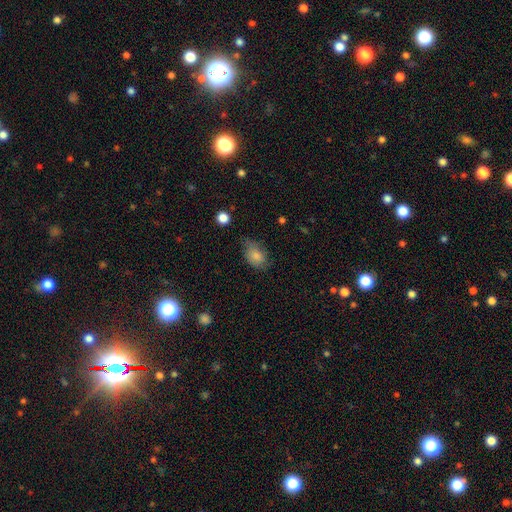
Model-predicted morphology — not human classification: A smooth galaxy with no disk features (81%) that is in between round and cigar-shaped (82%).

Vote fractions:
- Smooth or featured? smooth: 81% / featured or disk: 11% / star or artifact: 9%
- How rounded? in between: 82% / round: 17% / cigar-shaped: 2%
- Merging? none: 54% / minor disturbance: 34% / major disturbance: 10% / merger: 2%